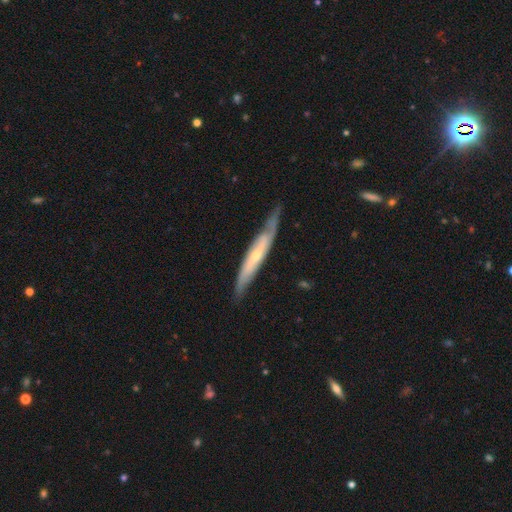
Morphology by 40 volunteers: featured or disk 65%, smooth 30%, star or artifact 5%. Down the decision tree: edge-on disk — yes (50%, tied with no); edge-on bulge — rounded (54%); merging — none (68%).